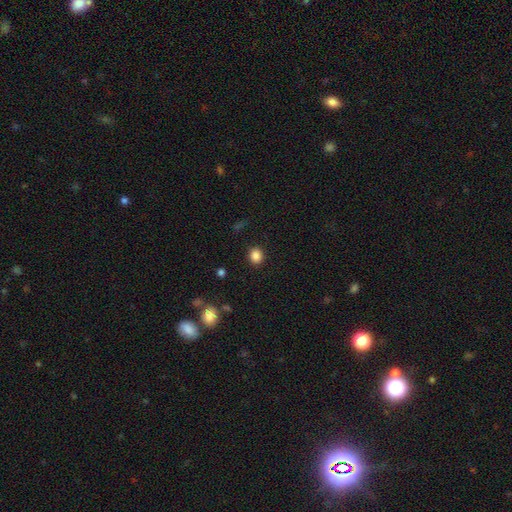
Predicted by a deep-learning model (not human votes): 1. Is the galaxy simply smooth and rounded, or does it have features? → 86% smooth, 10% star or artifact, 4% featured or disk.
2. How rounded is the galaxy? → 73% round, 26% in between, 1% cigar-shaped.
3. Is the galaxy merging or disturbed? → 90% none, 7% minor disturbance, 2% major disturbance, 1% merger.